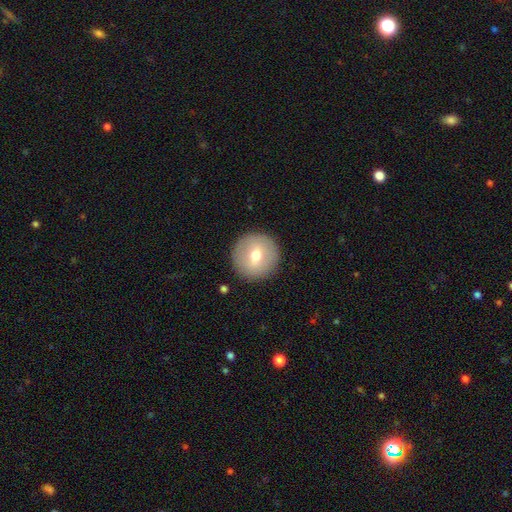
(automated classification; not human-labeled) Morphology: type=smooth (64%); roundness=round (95%); merging=none (90%).